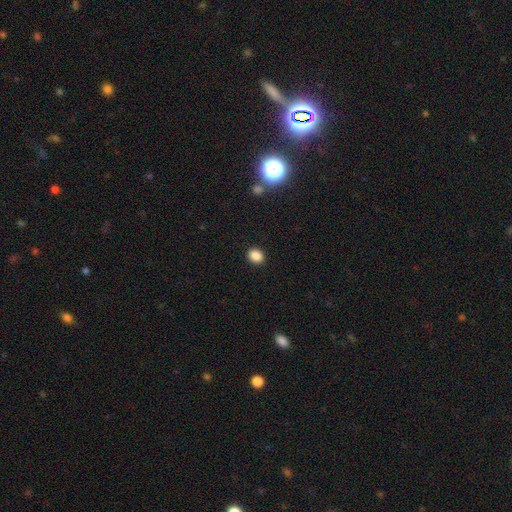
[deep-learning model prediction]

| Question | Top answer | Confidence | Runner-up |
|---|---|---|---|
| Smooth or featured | smooth | 87% | star or artifact (10%) |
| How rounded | round | 54% | in between (45%) |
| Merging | none | 91% | minor disturbance (6%) |